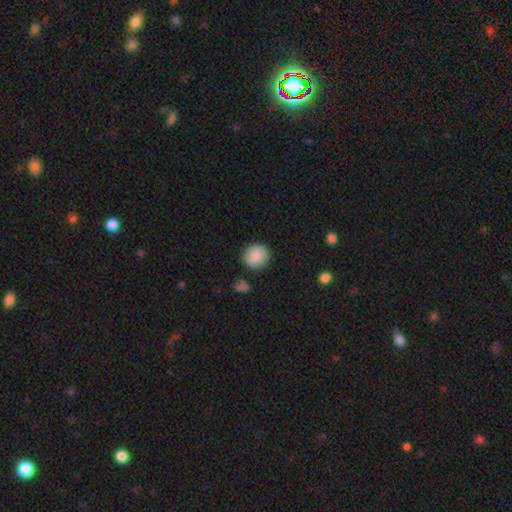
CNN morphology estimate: A smooth galaxy with no disk features (89%) that is round (75%).

Vote fractions:
- Smooth or featured? smooth: 89% / star or artifact: 7% / featured or disk: 4%
- How rounded? round: 75% / in between: 24% / cigar-shaped: 1%
- Merging? none: 84% / minor disturbance: 11% / major disturbance: 3% / merger: 3%